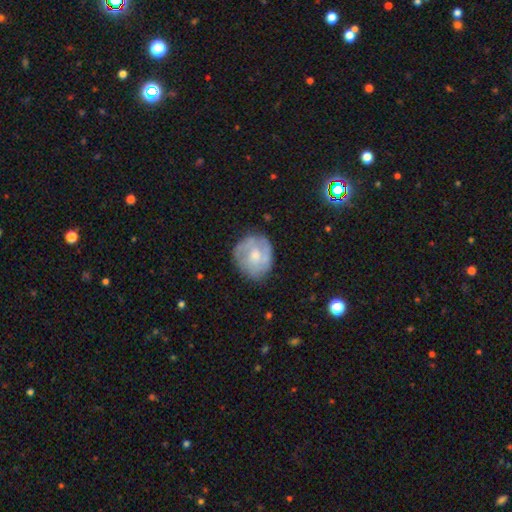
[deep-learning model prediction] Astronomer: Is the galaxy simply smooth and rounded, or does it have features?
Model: featured or disk — 59% (runner-up: smooth, 35%).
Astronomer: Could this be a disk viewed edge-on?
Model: no — 97%.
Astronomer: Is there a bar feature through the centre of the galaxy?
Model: no — 71%.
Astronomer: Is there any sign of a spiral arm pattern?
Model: yes — 69%.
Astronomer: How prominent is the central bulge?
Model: moderate — 59%.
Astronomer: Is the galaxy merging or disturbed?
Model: none — 71%.